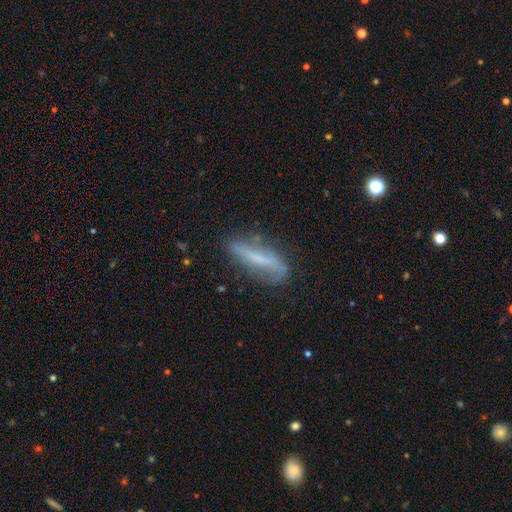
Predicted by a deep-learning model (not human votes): Morphology: type=featured or disk (58%); edge-on=no (56%); merging=none (72%).